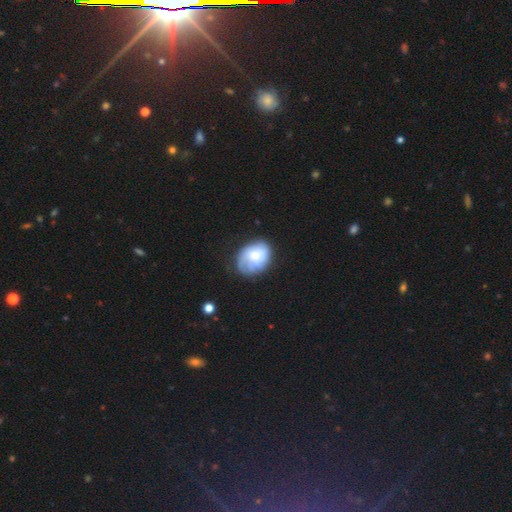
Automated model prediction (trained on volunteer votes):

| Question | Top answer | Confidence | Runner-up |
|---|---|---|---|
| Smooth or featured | smooth | 53% | featured or disk (40%) |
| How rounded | in between | 63% | round (36%) |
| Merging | none | 59% | minor disturbance (27%) |